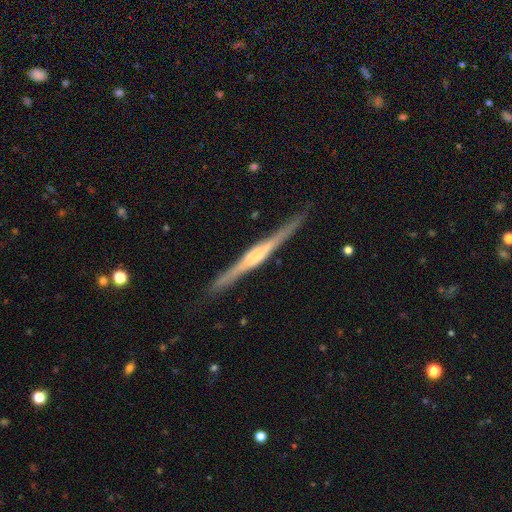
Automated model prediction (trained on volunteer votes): This is clearly a featured or disk galaxy (82%). It is clearly viewed edge-on (98%). Edge-on bulge: possibly rounded (52%). Merging: clearly none (89%).